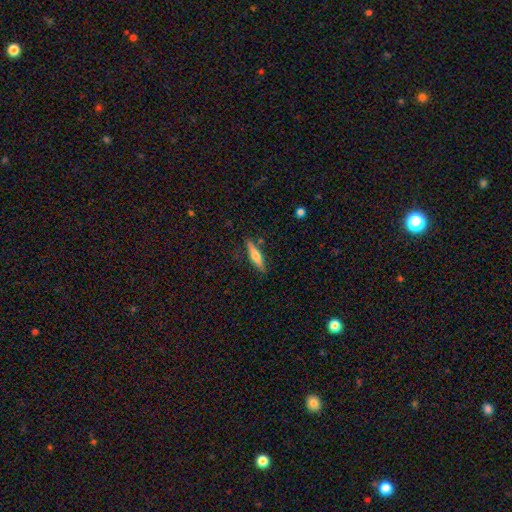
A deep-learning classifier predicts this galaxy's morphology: Smooth or featured? Predicted: smooth (p=0.50). Merging? Predicted: none (p=0.84).